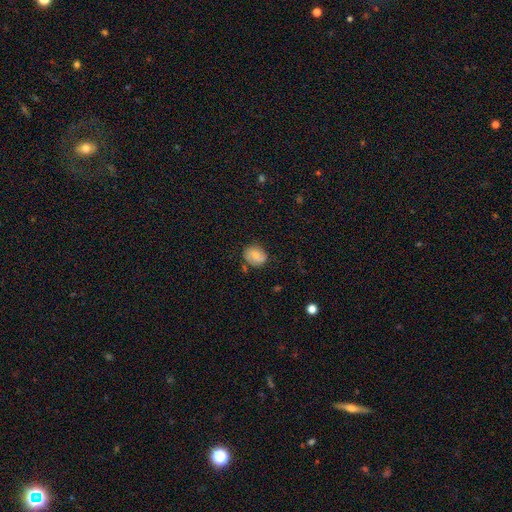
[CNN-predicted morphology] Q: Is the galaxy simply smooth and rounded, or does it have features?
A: smooth — 67%.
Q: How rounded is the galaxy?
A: round — 59%.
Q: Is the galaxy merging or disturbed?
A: none — 70%.